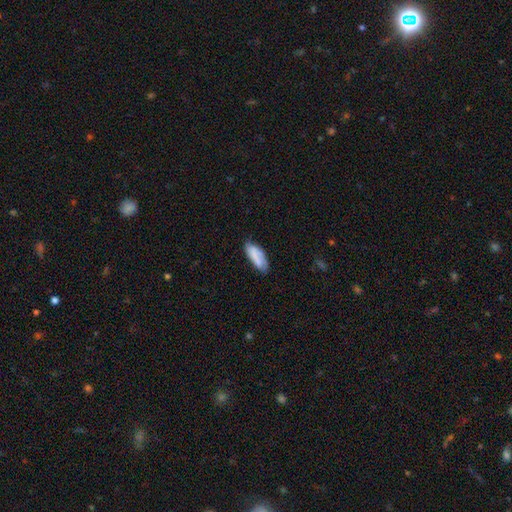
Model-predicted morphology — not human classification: type=smooth (76%); roundness=in between (78%); merging=none (69%).